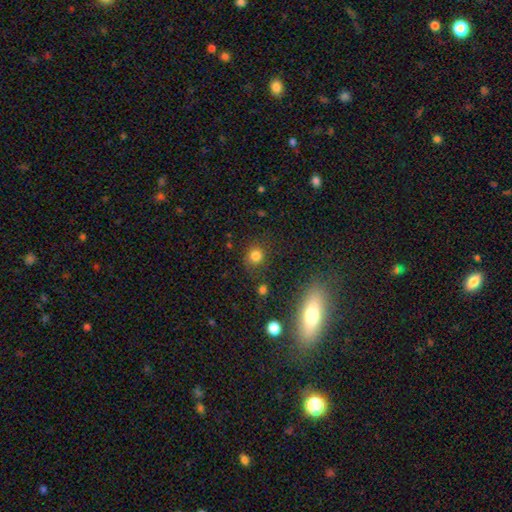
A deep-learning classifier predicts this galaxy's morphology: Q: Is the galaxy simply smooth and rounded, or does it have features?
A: smooth — 79%.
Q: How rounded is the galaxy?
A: round — 87%.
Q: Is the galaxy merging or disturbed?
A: none — 79%.